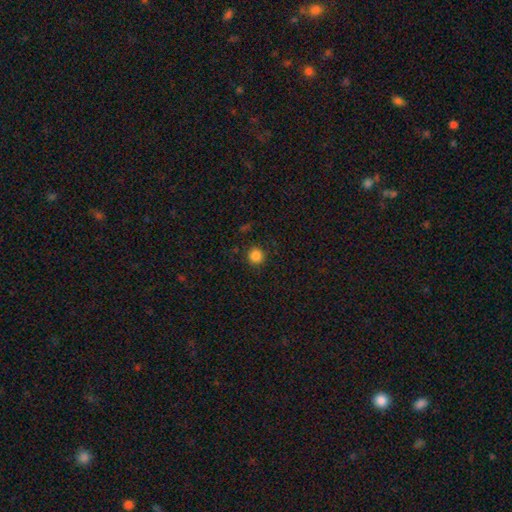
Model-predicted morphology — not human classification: Overall: smooth (85%). How rounded: round (92%). Merging: none (89%).